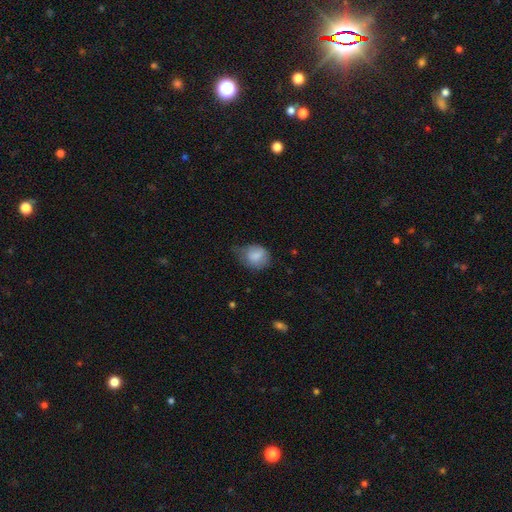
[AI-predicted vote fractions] Smooth or featured? Predicted: smooth (p=0.81). How rounded? Predicted: round (p=0.56). Merging? Predicted: minor disturbance (p=0.43).